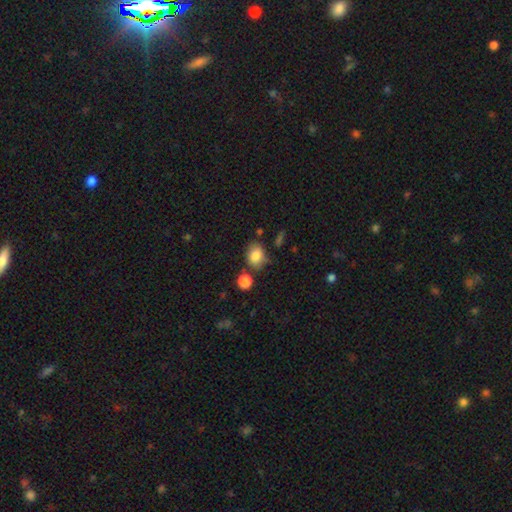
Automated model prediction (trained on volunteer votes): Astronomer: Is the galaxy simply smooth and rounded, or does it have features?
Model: smooth — 83%.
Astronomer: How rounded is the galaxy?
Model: in between — 57% (runner-up: round, 42%).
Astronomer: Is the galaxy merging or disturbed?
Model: none — 65%.